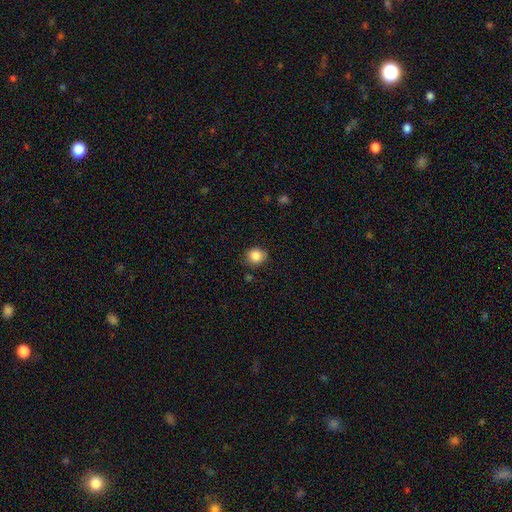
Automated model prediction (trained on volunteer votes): smooth-or-featured: smooth: 86% | star or artifact: 9% | featured or disk: 5%
  how-rounded: round: 69% | in between: 30% | cigar-shaped: 1%
  merging: none: 79% | minor disturbance: 16% | major disturbance: 3% | merger: 2%